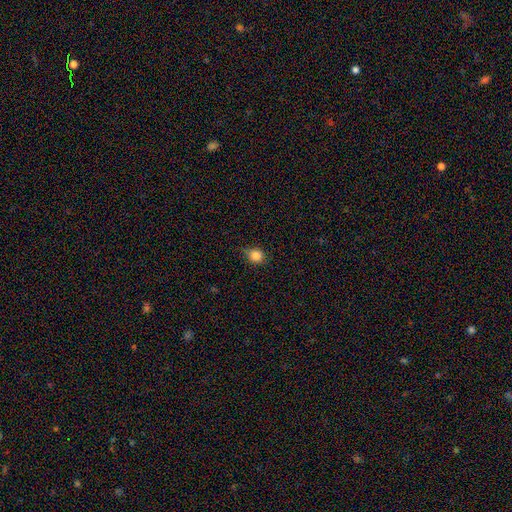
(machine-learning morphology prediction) A smooth galaxy with no disk features (84%) that is round (87%).

Vote fractions:
- Smooth or featured? smooth: 84% / star or artifact: 12% / featured or disk: 5%
- How rounded? round: 87% / in between: 12% / cigar-shaped: 1%
- Merging? none: 75% / minor disturbance: 20% / major disturbance: 3% / merger: 1%